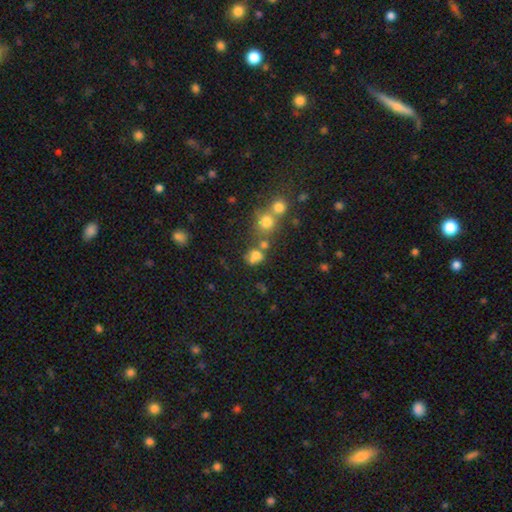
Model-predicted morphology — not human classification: A smooth galaxy with no disk features (67%) that is round (58%). Merging: none (41%).